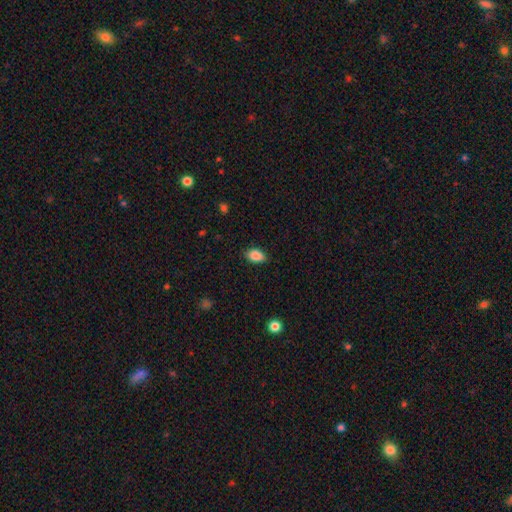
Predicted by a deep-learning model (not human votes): Overall: smooth (87%). How rounded: in between (87%). Merging: none (85%).